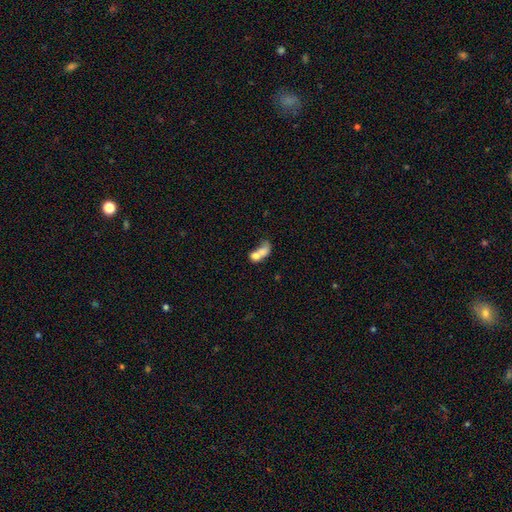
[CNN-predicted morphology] A smooth galaxy with no disk features (67%) that is in between round and cigar-shaped (68%).

Vote fractions:
- Smooth or featured? smooth: 67% / featured or disk: 23% / star or artifact: 10%
- How rounded? in between: 68% / round: 25% / cigar-shaped: 7%
- Merging? merger: 70% / none: 14% / major disturbance: 9% / minor disturbance: 7%